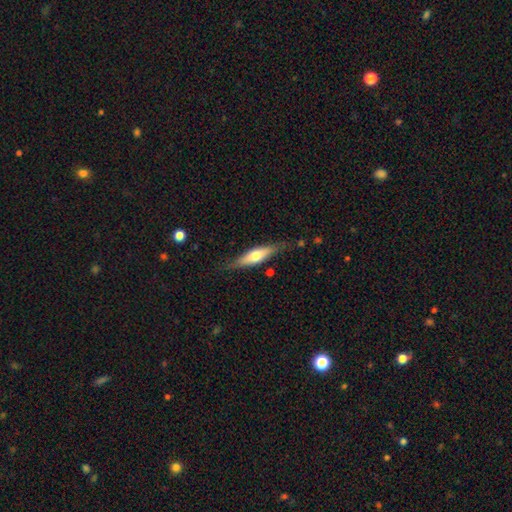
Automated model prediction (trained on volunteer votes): Smooth or featured?
  - smooth: 47% * (tied)
  - featured or disk: 47% * (tied)
  - star or artifact: 6%
Merging?
  - none: 78% *
  - minor disturbance: 16%
  - major disturbance: 4%
  - merger: 2%